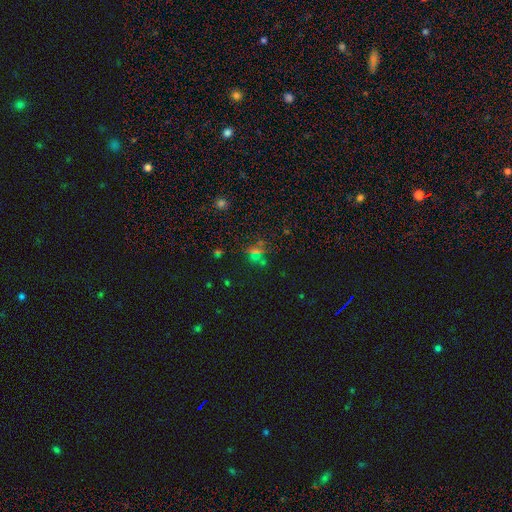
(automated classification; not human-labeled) Smooth or featured?
  - star or artifact: 51% *
  - smooth: 37%
  - featured or disk: 11%